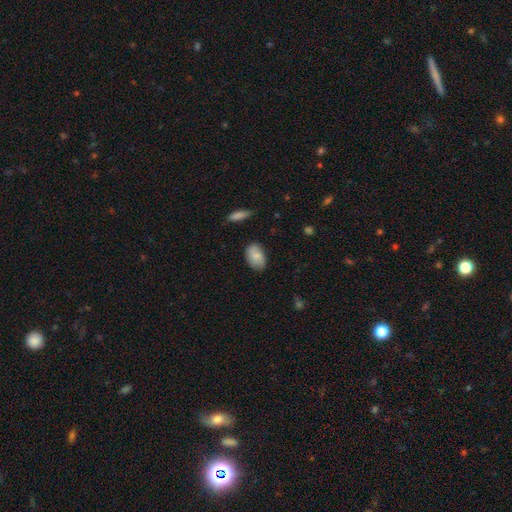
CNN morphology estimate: This appears to be a smooth galaxy with no disk features (81%) that is in between round and cigar-shaped (90%). Merging: none (77%).